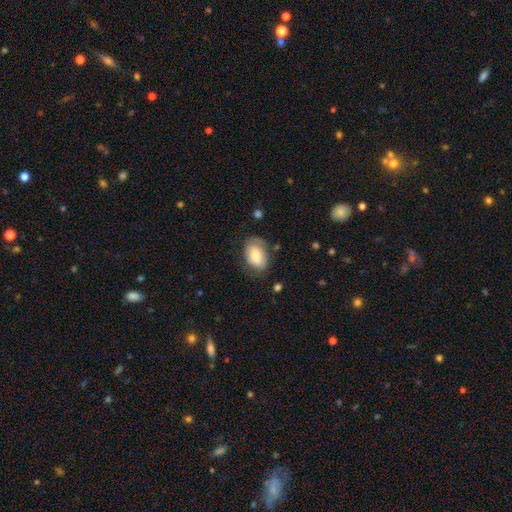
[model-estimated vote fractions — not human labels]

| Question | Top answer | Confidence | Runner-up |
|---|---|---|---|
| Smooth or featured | smooth | 68% | featured or disk (25%) |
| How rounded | in between | 88% | round (11%) |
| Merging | none | 68% | minor disturbance (22%) |